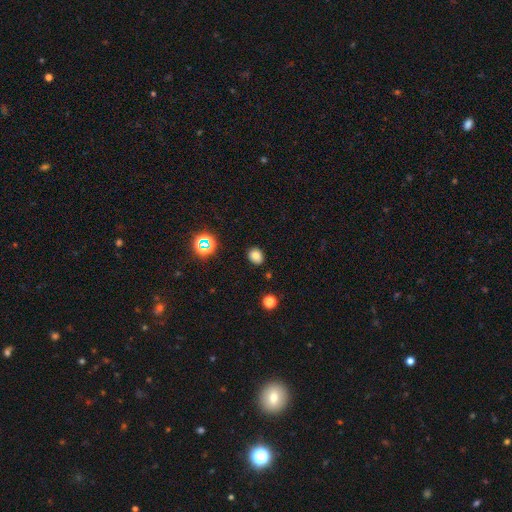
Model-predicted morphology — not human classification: This is likely a smooth galaxy (78%). How rounded: possibly in between (54%). Merging: clearly none (85%).